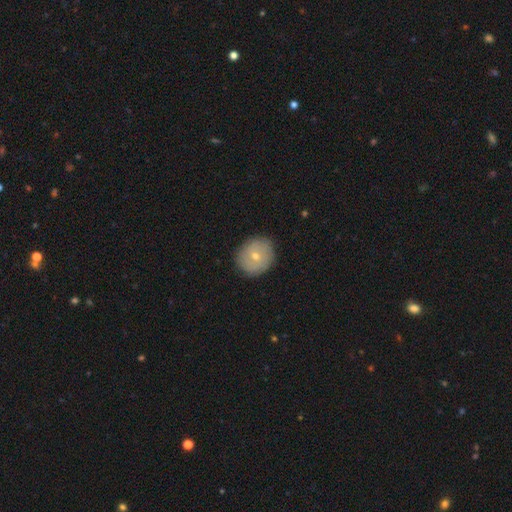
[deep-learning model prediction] A smooth galaxy with no disk features (52%) that is round (78%).

Vote fractions:
- Smooth or featured? smooth: 52% / featured or disk: 38% / star or artifact: 10%
- How rounded? round: 78% / in between: 21% / cigar-shaped: 1%
- Merging? none: 87% / minor disturbance: 10% / major disturbance: 2% / merger: 1%